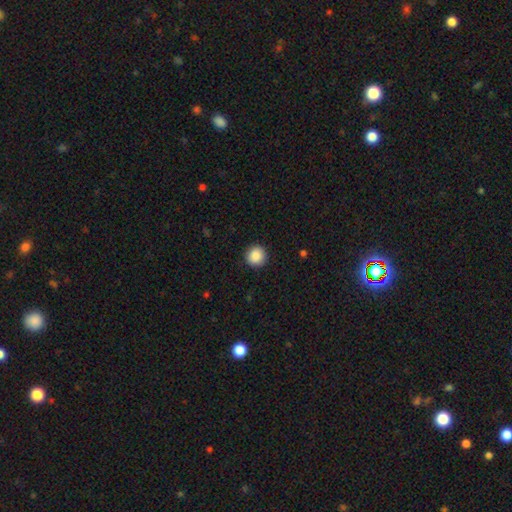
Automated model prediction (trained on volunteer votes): Overall: smooth (89%). How rounded: round (94%). Merging: none (92%).